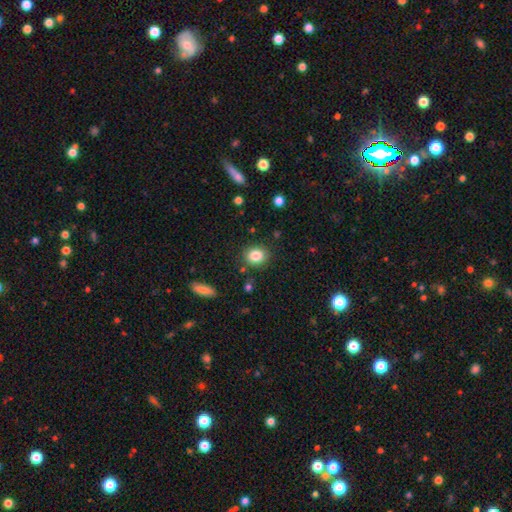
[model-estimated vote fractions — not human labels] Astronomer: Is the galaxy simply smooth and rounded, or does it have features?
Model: smooth — 84%.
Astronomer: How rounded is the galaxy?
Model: round — 69%.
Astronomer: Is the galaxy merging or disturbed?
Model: none — 86%.